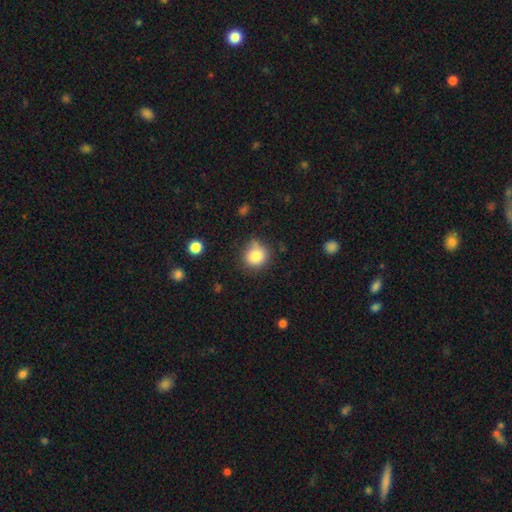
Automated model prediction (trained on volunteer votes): A smooth galaxy with no disk features (82%) that is round (87%). Merging: none (68%).